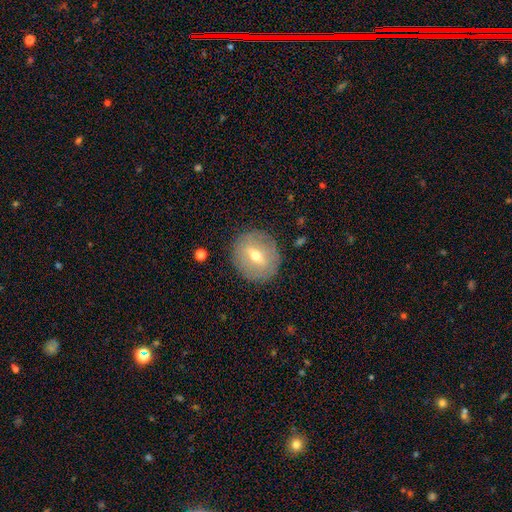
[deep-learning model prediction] This is possibly a featured or disk galaxy (50%). It is clearly not viewed edge-on (86%). Merging: clearly none (86%).